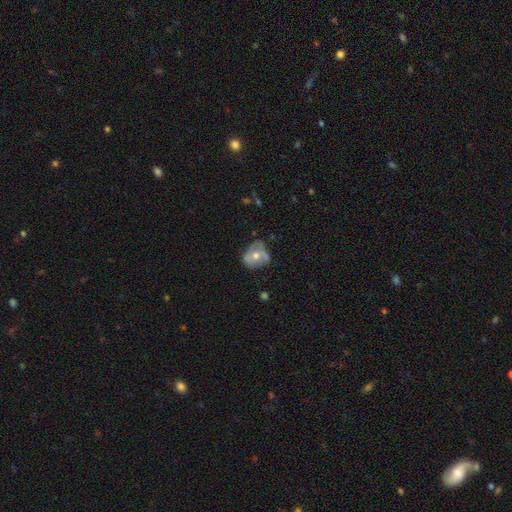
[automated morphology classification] smooth-or-featured: featured or disk: 55% | smooth: 36% | star or artifact: 9%
  disk-edge-on: no: 96% | yes: 4%
    bar: no: 77% | weak: 18% | strong: 5%
    has-spiral-arms: yes: 50% (tied) | no: 50% (tied)
    bulge-size: moderate: 69% | small: 25% | large: 4% | none: 1% | dominant: 1%
  merging: none: 49% | minor disturbance: 31% | major disturbance: 15% | merger: 5%